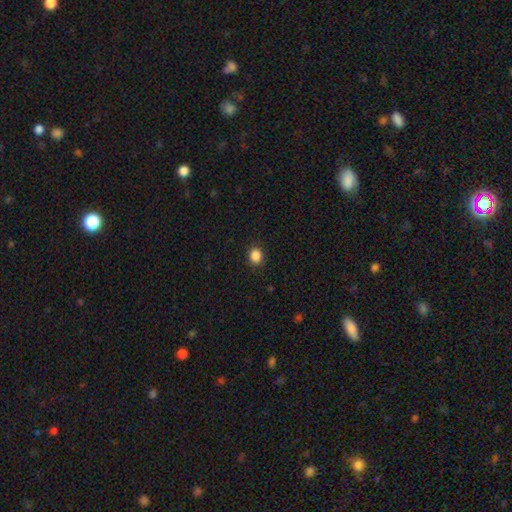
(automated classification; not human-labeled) smooth-or-featured: smooth: 87% | star or artifact: 10% | featured or disk: 3%
  how-rounded: round: 74% | in between: 25% | cigar-shaped: 1%
  merging: none: 90% | minor disturbance: 7% | major disturbance: 2% | merger: 1%